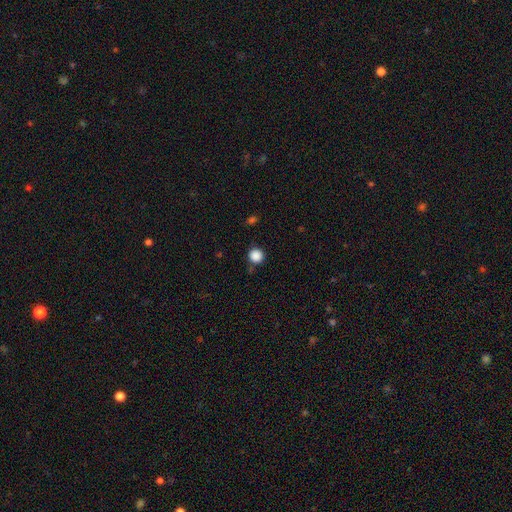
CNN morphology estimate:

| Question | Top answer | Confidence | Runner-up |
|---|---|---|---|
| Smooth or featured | smooth | 87% | star or artifact (10%) |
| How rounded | round | 94% | in between (5%) |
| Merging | none | 85% | minor disturbance (9%) |